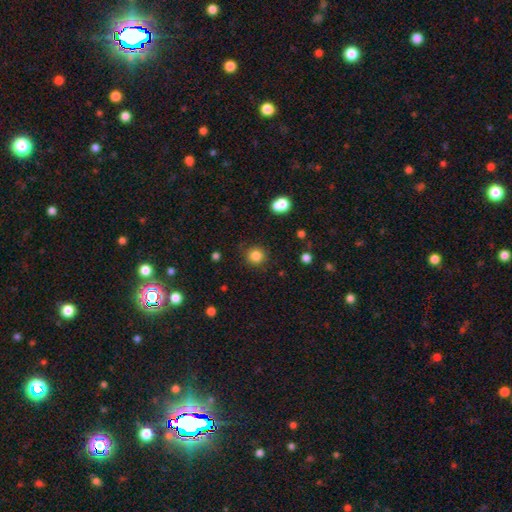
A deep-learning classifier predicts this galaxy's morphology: The model was most divided on "smooth or featured": smooth: 84%, star or artifact: 12%, featured or disk: 4%. More confident: how rounded — round (93%); merging — none (88%).